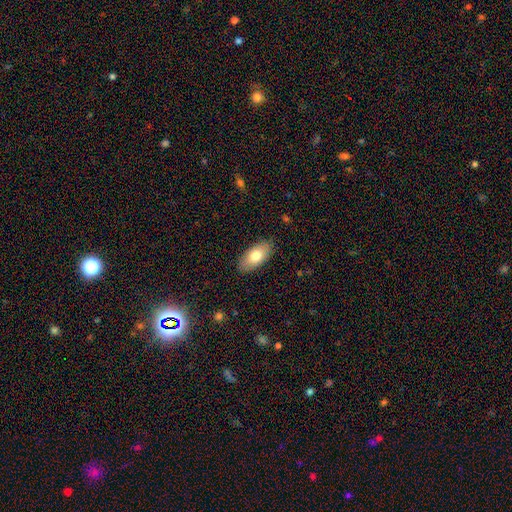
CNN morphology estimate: smooth 76%, featured or disk 18%, star or artifact 6%. Down the decision tree: how rounded — in between (92%); merging — none (87%).